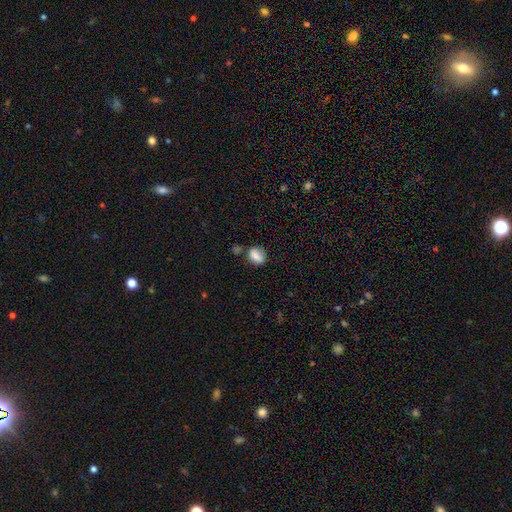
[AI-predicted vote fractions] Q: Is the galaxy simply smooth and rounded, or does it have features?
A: smooth — 79%.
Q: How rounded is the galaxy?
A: in between — 59%.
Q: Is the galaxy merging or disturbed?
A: none — 64%.